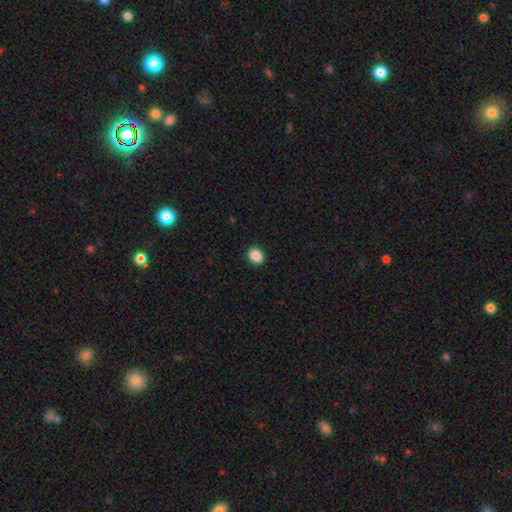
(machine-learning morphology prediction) type=smooth (88%); roundness=round (66%); merging=none (92%).